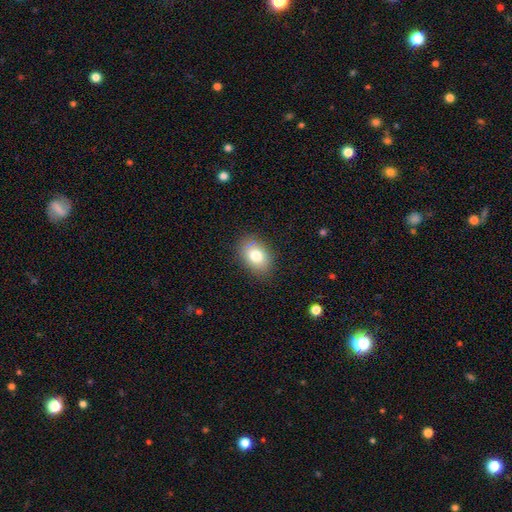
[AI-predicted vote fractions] smooth_or_featured: smooth (p=0.79) [alt: featured or disk p=0.12]
how_rounded: in between (p=0.81) [alt: round p=0.18]
merging: none (p=0.83) [alt: minor disturbance p=0.12]